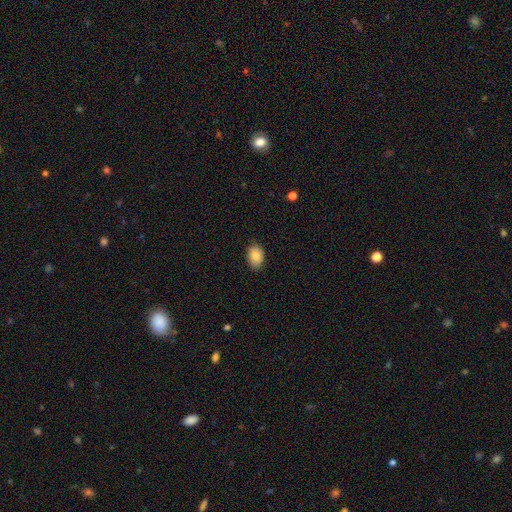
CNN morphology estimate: Q: Smooth or featured?
A: smooth (84%); runner-up: star or artifact (8%)
Q: How rounded?
A: in between (83%); runner-up: round (16%)
Q: Merging?
A: none (81%); runner-up: minor disturbance (16%)